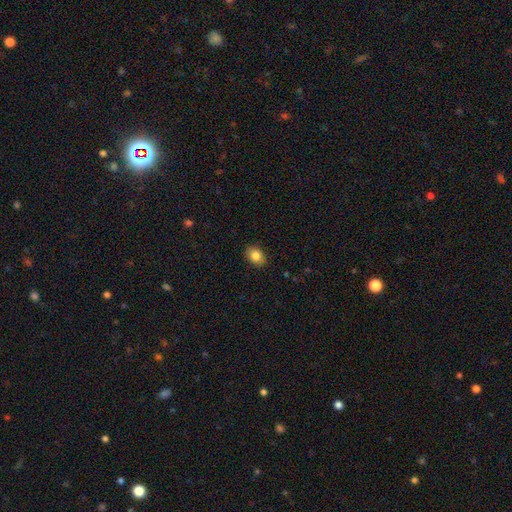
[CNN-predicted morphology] smooth_or_featured: smooth (p=0.85) [alt: star or artifact p=0.09]
how_rounded: in between (p=0.74) [alt: round p=0.25]
merging: none (p=0.89) [alt: minor disturbance p=0.08]